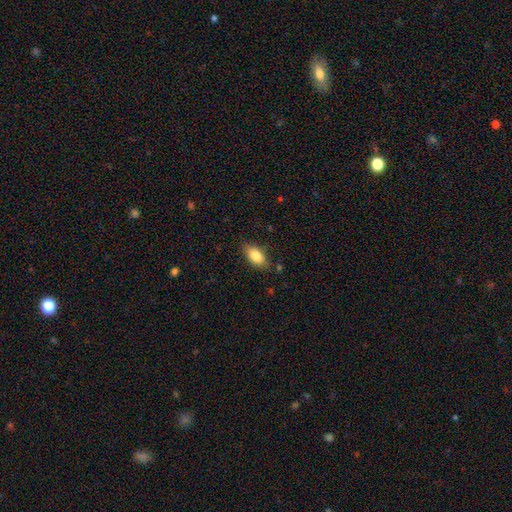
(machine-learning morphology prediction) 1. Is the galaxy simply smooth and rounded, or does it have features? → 83% smooth, 9% featured or disk, 7% star or artifact.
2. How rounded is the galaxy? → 90% in between, 5% cigar-shaped, 5% round.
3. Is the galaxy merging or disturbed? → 81% none, 14% minor disturbance, 3% major disturbance, 2% merger.